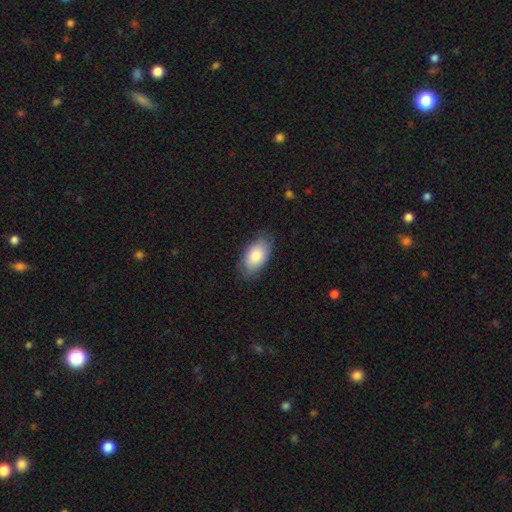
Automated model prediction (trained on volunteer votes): Overall: smooth (82%). How rounded: in between (94%). Merging: none (80%).